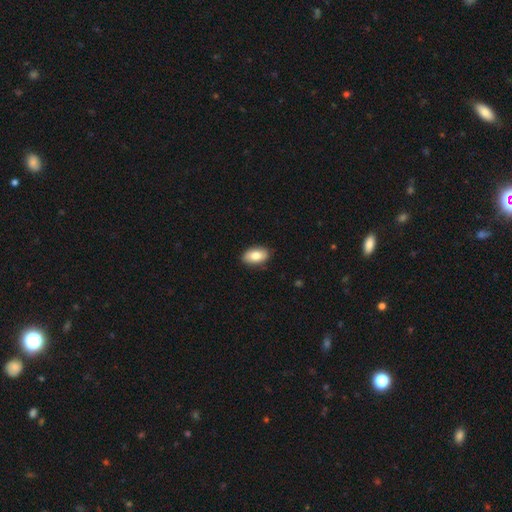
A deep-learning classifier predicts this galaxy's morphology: A smooth galaxy with no disk features (82%) that is in between round and cigar-shaped (93%). Merging: none (87%).